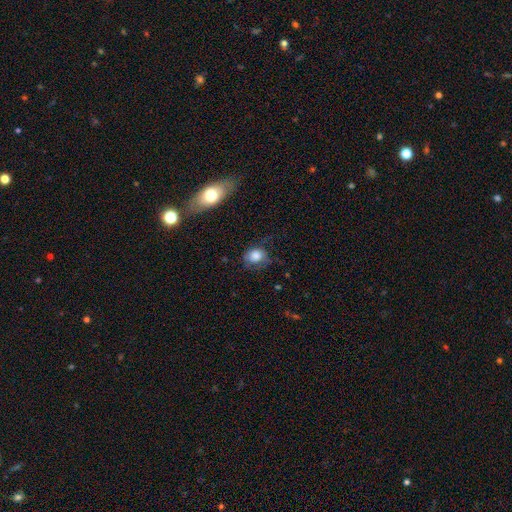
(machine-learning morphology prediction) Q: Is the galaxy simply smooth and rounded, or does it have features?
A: smooth — 79%.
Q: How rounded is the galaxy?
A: round — 58%.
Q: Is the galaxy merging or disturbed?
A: none — 48%.